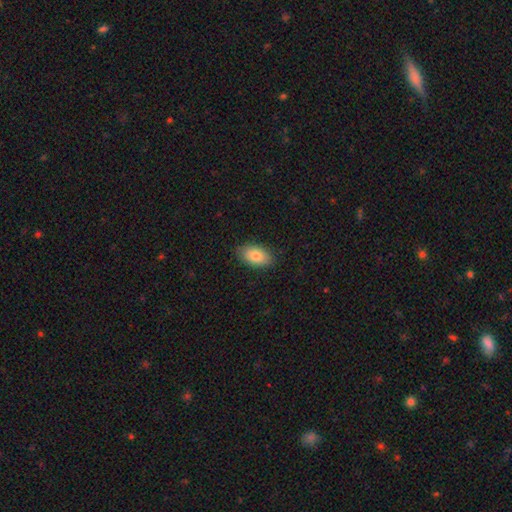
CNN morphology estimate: This appears to be a smooth galaxy with no disk features (82%) that is in between round and cigar-shaped (93%). Merging: none (87%).